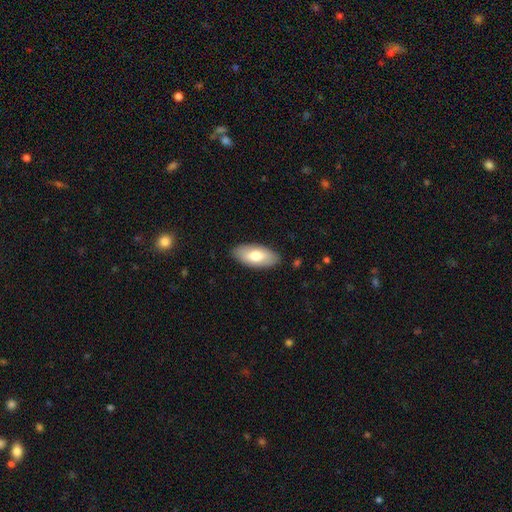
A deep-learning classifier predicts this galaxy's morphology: A smooth galaxy with no disk features (73%) that is in between round and cigar-shaped (90%). Merging: none (87%).